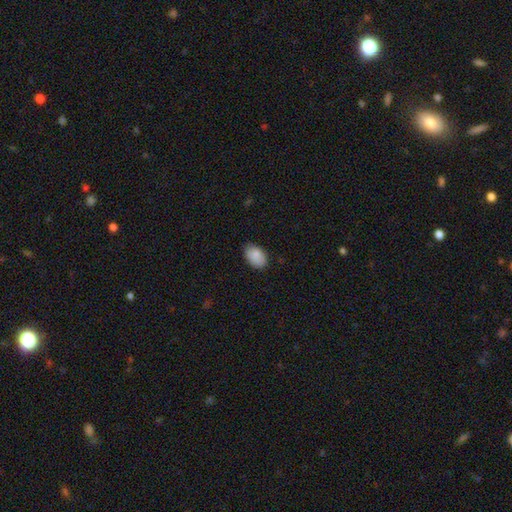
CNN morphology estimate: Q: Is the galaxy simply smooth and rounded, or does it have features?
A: smooth — 86%.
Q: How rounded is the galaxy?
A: in between — 88%.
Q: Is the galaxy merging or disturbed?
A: none — 83%.